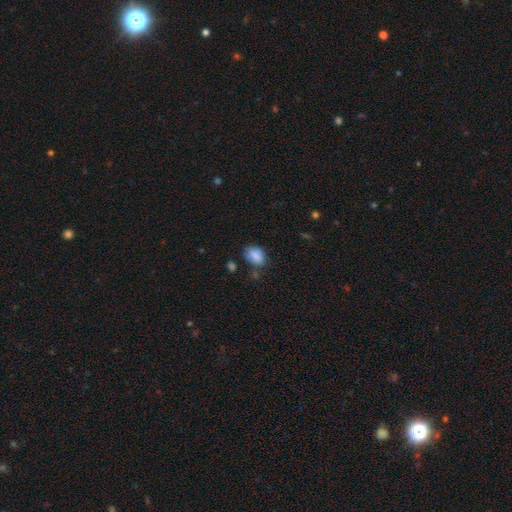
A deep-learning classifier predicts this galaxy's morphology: smooth-or-featured: smooth: 83% | star or artifact: 9% | featured or disk: 8%
  how-rounded: in between: 71% | round: 28% | cigar-shaped: 1%
  merging: none: 57% | minor disturbance: 29% | major disturbance: 8% | merger: 6%